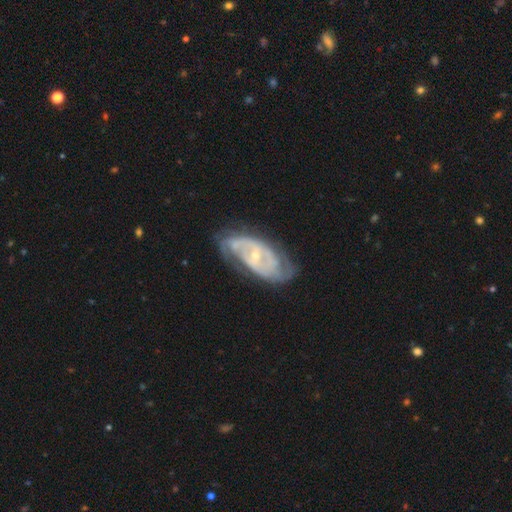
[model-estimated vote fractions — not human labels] smooth_or_featured: featured or disk (p=0.84) [alt: smooth p=0.11]
disk_edge_on: no (p=0.94) [alt: yes p=0.06]
bar: no (p=0.48) [alt: weak p=0.37]
has_spiral_arms: yes (p=0.91) [alt: no p=0.09]
spiral_winding: tight (p=0.50) [alt: medium p=0.38]
spiral_arm_count: 2 (p=0.52) [alt: can't tell p=0.28]
bulge_size: small (p=0.72) [alt: moderate p=0.24]
merging: none (p=0.66) [alt: minor disturbance p=0.23]